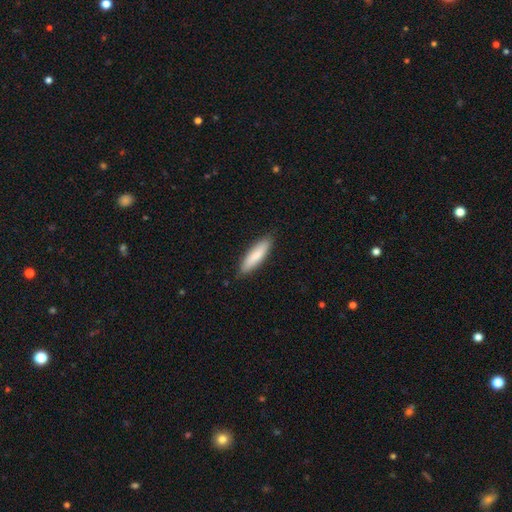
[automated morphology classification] Smooth or featured? smooth (83%)
How rounded? cigar-shaped (70%)
Merging? none (87%)